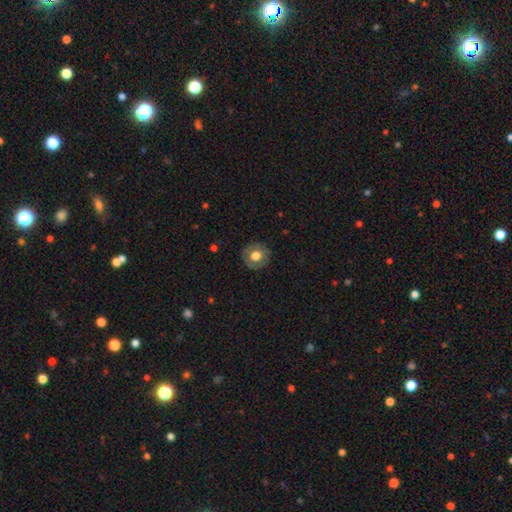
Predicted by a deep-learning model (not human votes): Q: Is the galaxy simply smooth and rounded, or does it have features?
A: smooth — 60%.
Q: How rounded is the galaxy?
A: round — 87%.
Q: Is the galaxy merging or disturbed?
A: none — 85%.